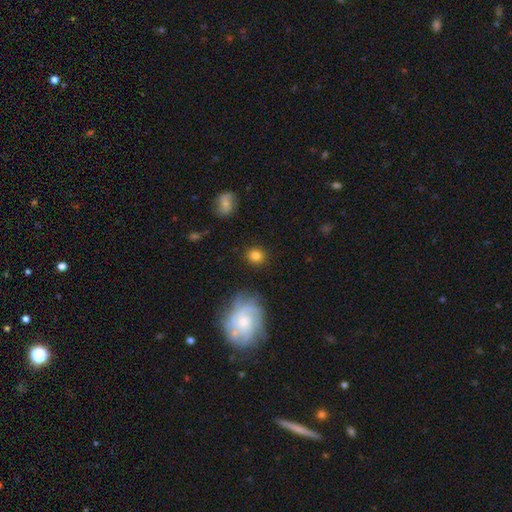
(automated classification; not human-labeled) Smooth or featured? smooth (79%)
How rounded? round (83%)
Merging? none (84%)